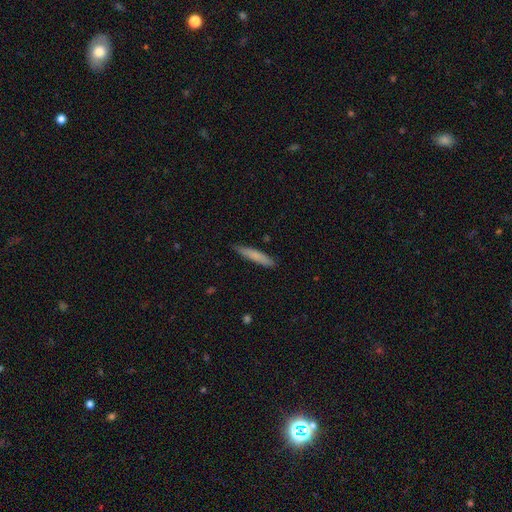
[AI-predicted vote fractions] Overall: smooth (75%). How rounded: cigar-shaped (92%). Merging: none (85%).